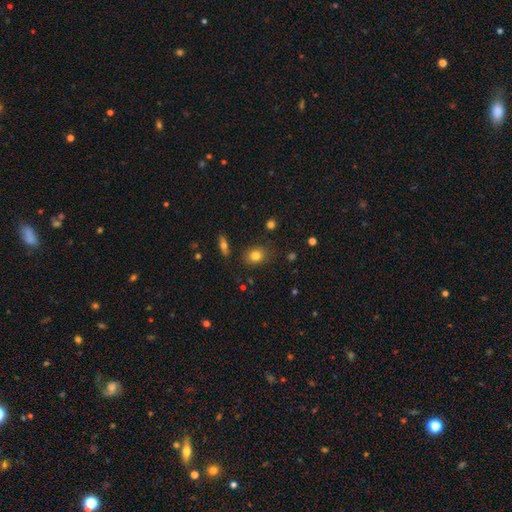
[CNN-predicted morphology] Smooth or featured: smooth — 81% (star or artifact — 11%)
How rounded: round — 51% (in between — 48%)
Merging: none — 83% (minor disturbance — 12%)